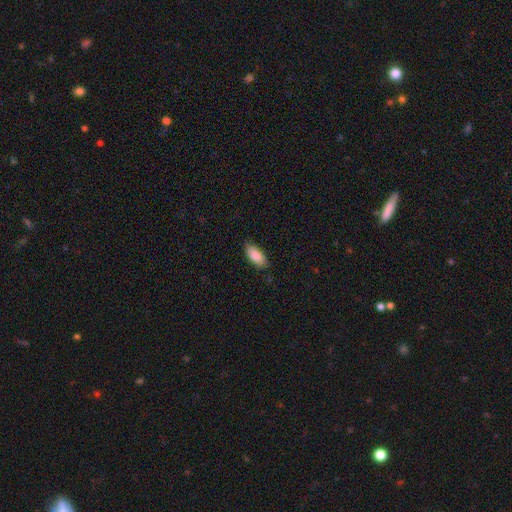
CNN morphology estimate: A smooth galaxy with no disk features (88%) that is in between round and cigar-shaped (87%).

Vote fractions:
- Smooth or featured? smooth: 88% / featured or disk: 7% / star or artifact: 6%
- How rounded? in between: 87% / cigar-shaped: 12% / round: 2%
- Merging? none: 83% / minor disturbance: 14% / major disturbance: 2% / merger: 1%